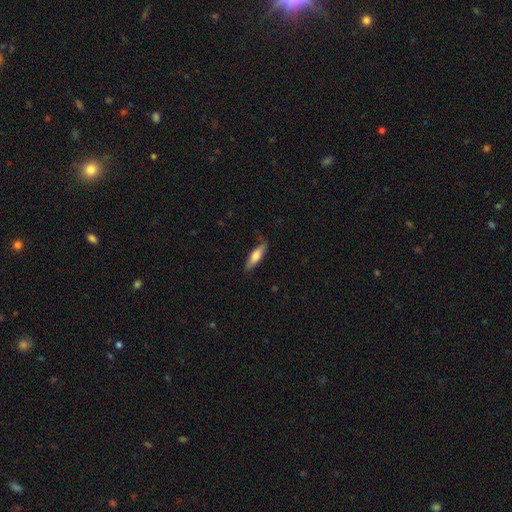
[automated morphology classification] A smooth galaxy with no disk features (69%) that is cigar-shaped (56%). Merging: none (75%).